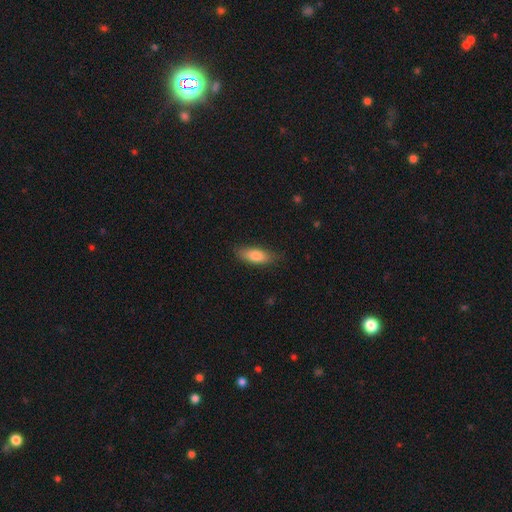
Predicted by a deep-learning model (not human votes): smooth 82%, featured or disk 12%, star or artifact 6%. Down the decision tree: how rounded — in between (71%); merging — none (81%).